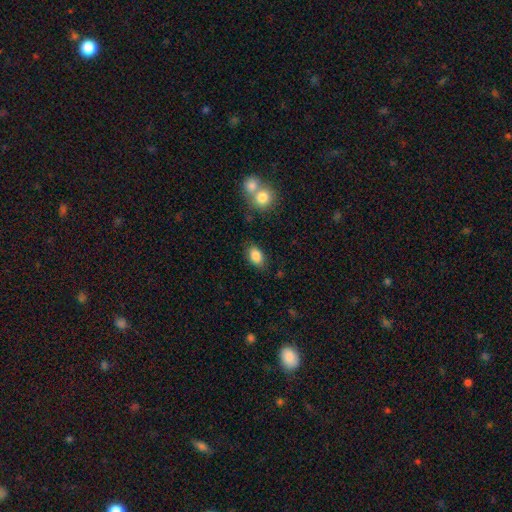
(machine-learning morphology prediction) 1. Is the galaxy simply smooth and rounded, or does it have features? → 86% smooth, 8% star or artifact, 6% featured or disk.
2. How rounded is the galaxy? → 84% in between, 15% round, 1% cigar-shaped.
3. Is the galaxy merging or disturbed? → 79% none, 13% minor disturbance, 4% merger, 3% major disturbance.